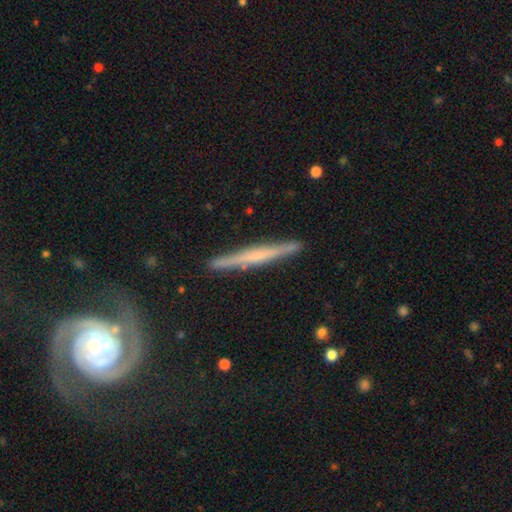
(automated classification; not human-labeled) The model was most divided on "edge-on bulge": none: 54%, rounded: 32%, boxy: 14%. More confident: edge-on disk — yes (97%); merging — none (89%); smooth or featured — featured or disk (62%).